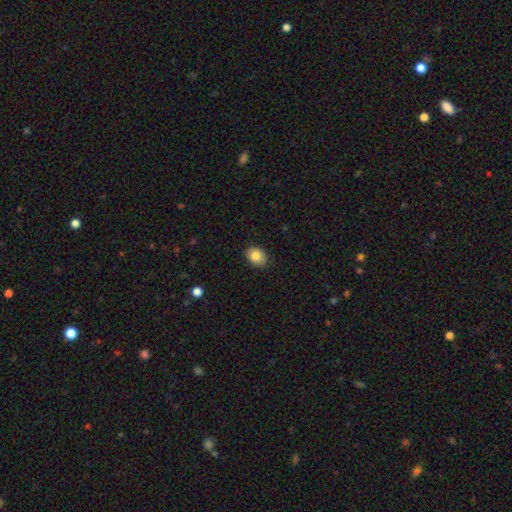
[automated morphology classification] Smooth or featured: smooth — 84% (star or artifact — 8%)
How rounded: in between — 67% (round — 32%)
Merging: none — 87% (minor disturbance — 10%)